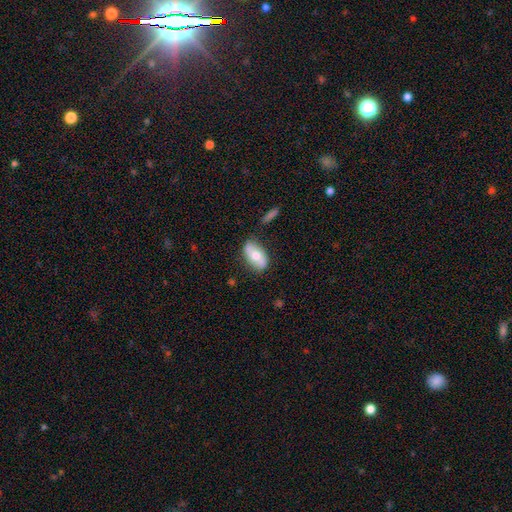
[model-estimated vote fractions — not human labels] This appears to be a smooth galaxy with no disk features (56%) that is in between round and cigar-shaped (90%). Merging: none (73%).